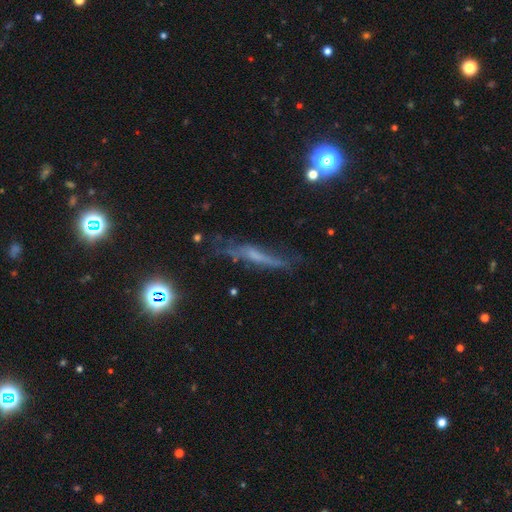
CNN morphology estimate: A featured or disk galaxy (53%) viewed edge-on (70%). Merging: none (59%).